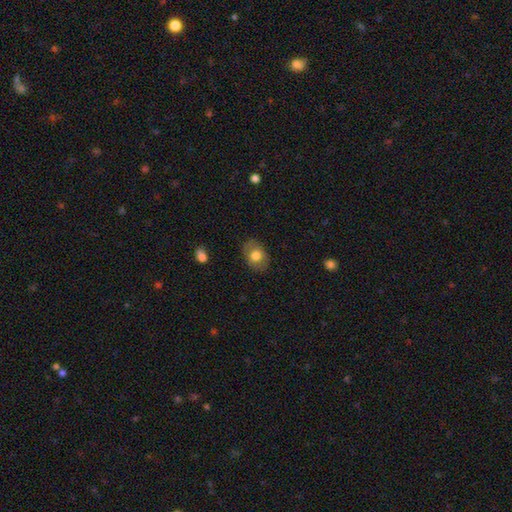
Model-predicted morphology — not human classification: Smooth or featured: smooth — 72% (featured or disk — 20%)
How rounded: in between — 70% (round — 29%)
Merging: none — 84% (minor disturbance — 12%)